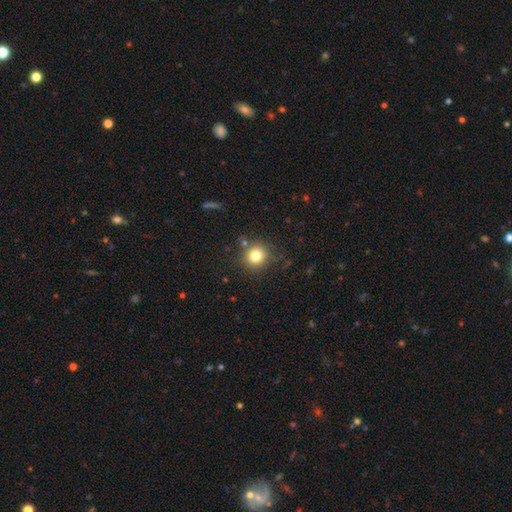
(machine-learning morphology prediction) Smooth or featured? Predicted: smooth (p=0.79). How rounded? Predicted: round (p=0.92). Merging? Predicted: none (p=0.83).